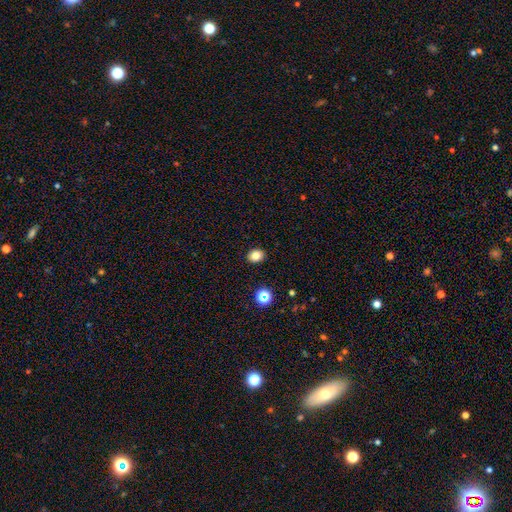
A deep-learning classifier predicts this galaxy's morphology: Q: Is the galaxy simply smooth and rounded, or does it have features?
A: smooth — 81%.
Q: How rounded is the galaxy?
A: round — 50%.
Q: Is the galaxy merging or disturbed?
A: none — 91%.